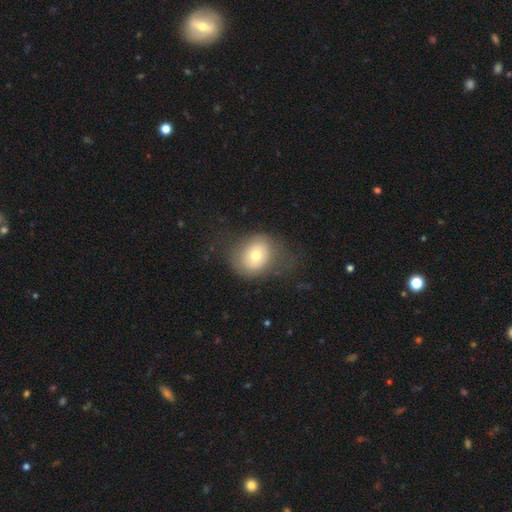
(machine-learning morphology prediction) smooth_or_featured: smooth (p=0.66) [alt: featured or disk p=0.25]
how_rounded: round (p=0.59) [alt: in between p=0.40]
merging: none (p=0.59) [alt: minor disturbance p=0.22]